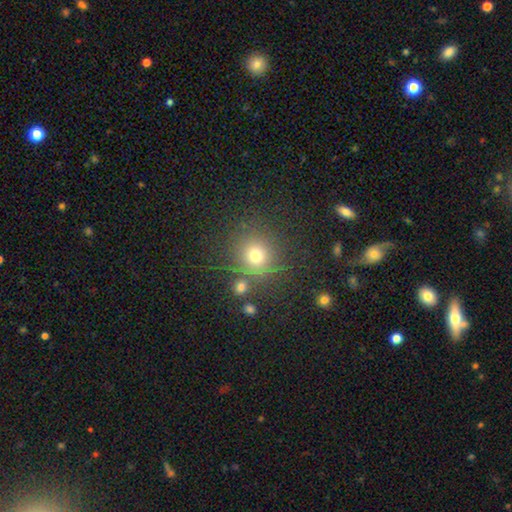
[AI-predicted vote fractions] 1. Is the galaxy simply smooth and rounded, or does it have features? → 72% smooth, 19% star or artifact, 9% featured or disk.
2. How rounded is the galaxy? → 91% round, 8% in between, 1% cigar-shaped.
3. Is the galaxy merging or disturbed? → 80% none, 10% minor disturbance, 6% merger, 5% major disturbance.